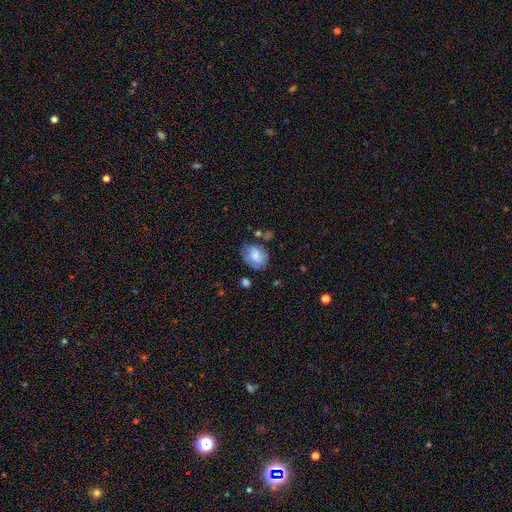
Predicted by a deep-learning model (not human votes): The model was most divided on "how rounded": in between: 56%, round: 43%, cigar-shaped: 1%. More confident: smooth or featured — smooth (66%); merging — none (59%).